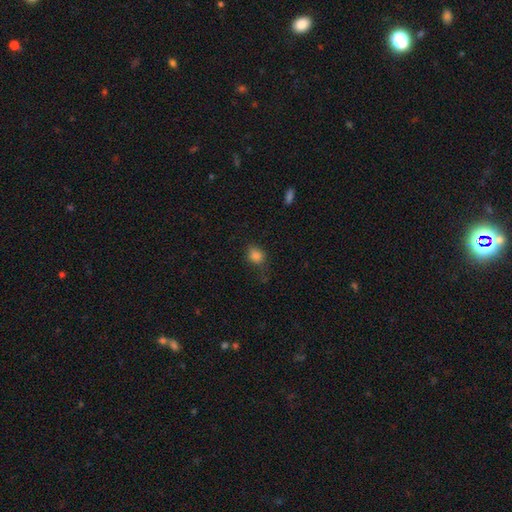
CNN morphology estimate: smooth_or_featured: smooth (p=0.83) [alt: star or artifact p=0.12]
how_rounded: round (p=0.54) [alt: in between p=0.45]
merging: none (p=0.69) [alt: minor disturbance p=0.22]